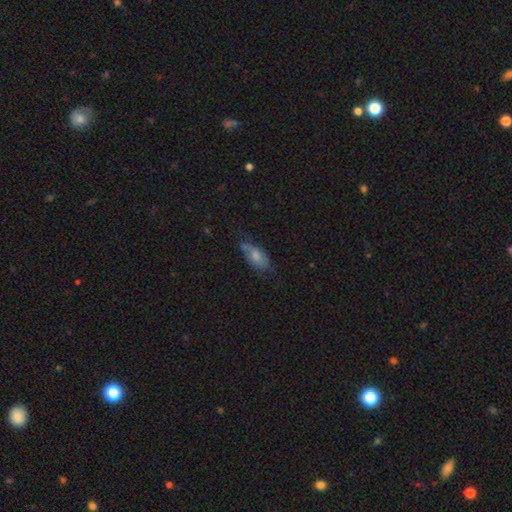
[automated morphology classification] type=smooth (66%); roundness=in between (85%); merging=none (56%).